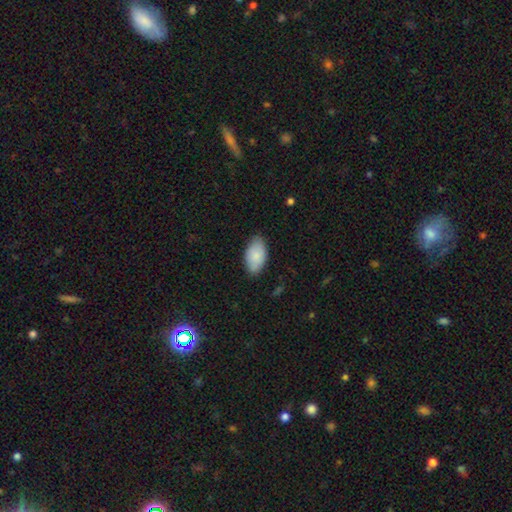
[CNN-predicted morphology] Smooth or featured: smooth — 85% (featured or disk — 9%)
How rounded: in between — 95% (round — 3%)
Merging: none — 77% (minor disturbance — 19%)